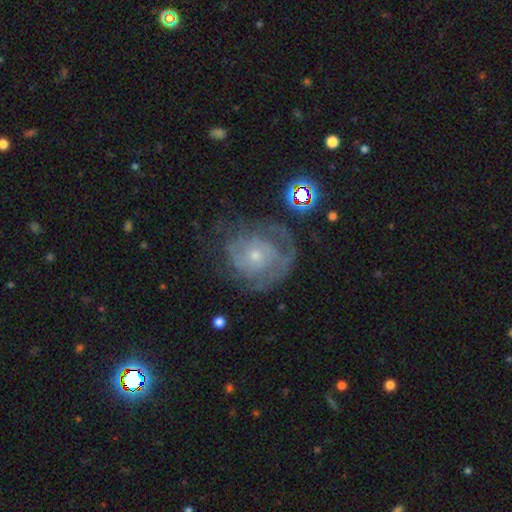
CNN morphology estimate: type=featured or disk (70%); edge-on=no (97%); bar=no (81%); spiral arms=yes (76%); winding=tight (61%); arm count=can't tell (51%); bulge=small (71%); merging=none (53%).